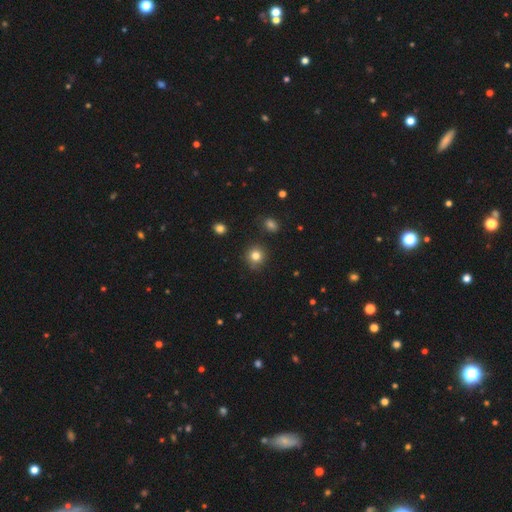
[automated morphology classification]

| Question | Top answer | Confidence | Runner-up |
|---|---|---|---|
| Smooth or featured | smooth | 81% | star or artifact (12%) |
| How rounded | round | 91% | in between (8%) |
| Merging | none | 87% | minor disturbance (9%) |